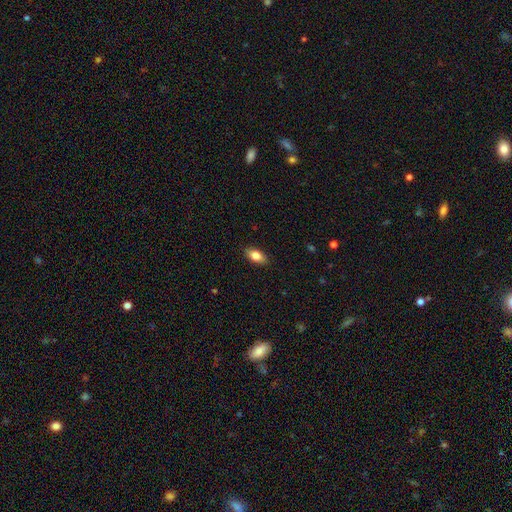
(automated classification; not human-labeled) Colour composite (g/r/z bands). It shows a smooth galaxy with no disk features (80%) that is in between round and cigar-shaped (88%). Merging: none (88%).